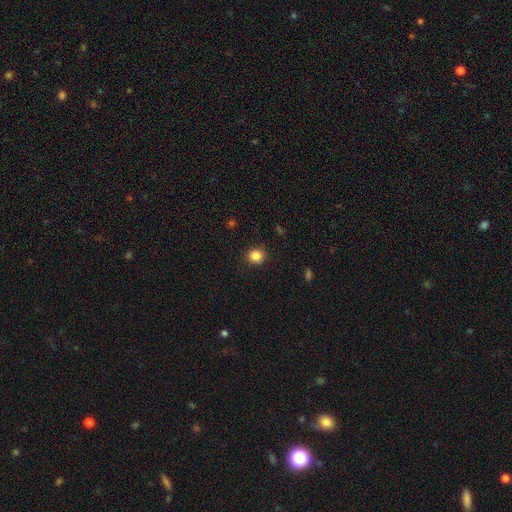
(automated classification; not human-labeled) Smooth or featured: smooth — 85% (star or artifact — 11%)
How rounded: round — 84% (in between — 15%)
Merging: none — 91% (minor disturbance — 6%)